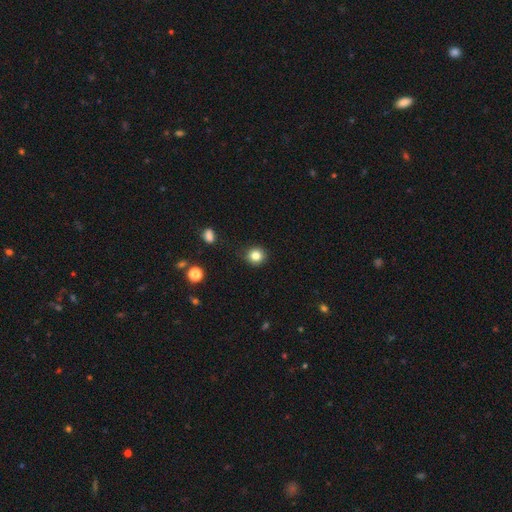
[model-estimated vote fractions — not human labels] Smooth or featured? smooth (83%)
How rounded? round (89%)
Merging? none (87%)